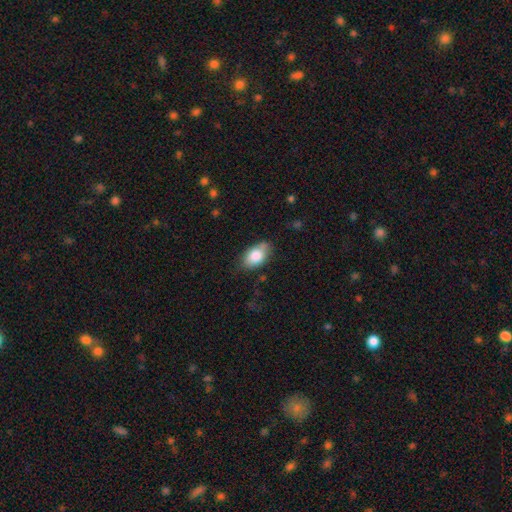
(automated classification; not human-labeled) Morphology: type=smooth (81%); roundness=in between (90%); merging=none (70%).